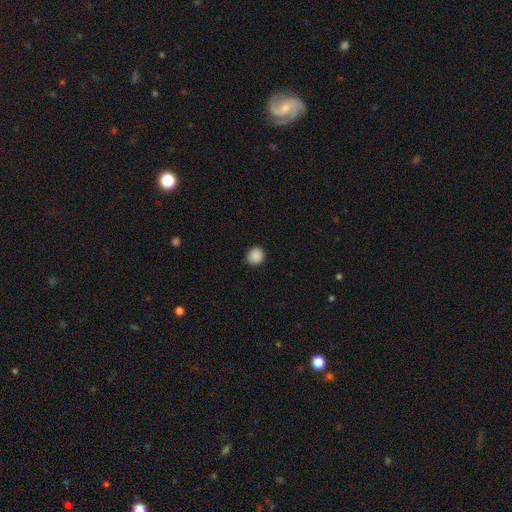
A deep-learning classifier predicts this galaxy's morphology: Smooth or featured? Predicted: smooth (p=0.89). How rounded? Predicted: round (p=0.91). Merging? Predicted: none (p=0.90).